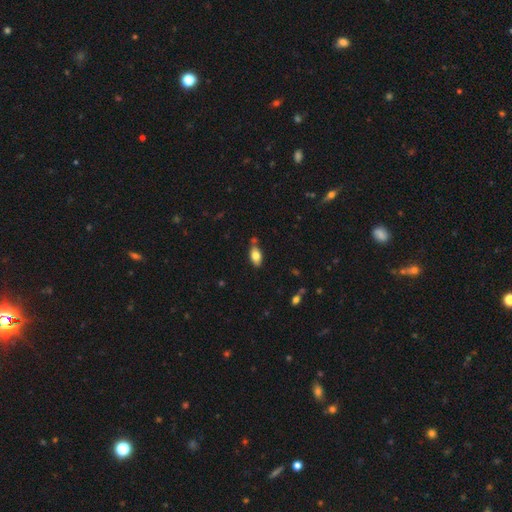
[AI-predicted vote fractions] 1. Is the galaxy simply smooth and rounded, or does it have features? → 78% smooth, 15% featured or disk, 8% star or artifact.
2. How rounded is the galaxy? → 89% in between, 7% cigar-shaped, 4% round.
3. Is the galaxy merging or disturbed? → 68% none, 20% minor disturbance, 8% merger, 4% major disturbance.